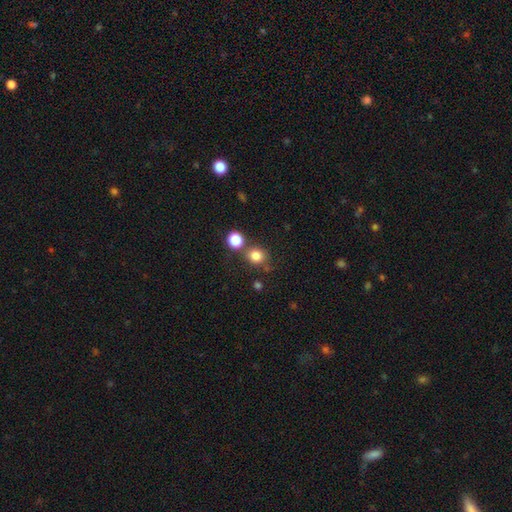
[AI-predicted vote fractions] Morphology: type=smooth (81%); roundness=round (78%); merging=none (66%).